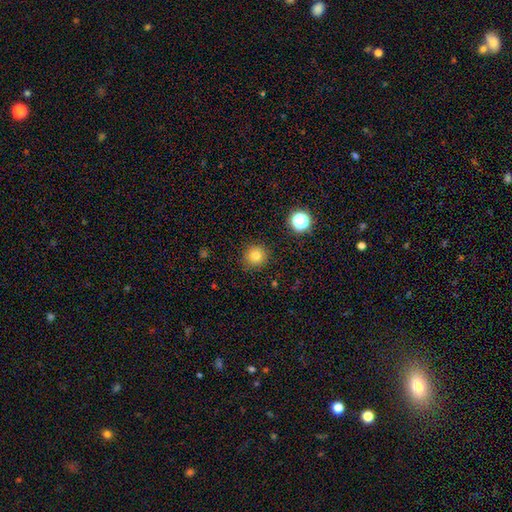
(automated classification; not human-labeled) This appears to be a smooth galaxy with no disk features (80%) that is round (93%). Merging: none (90%).